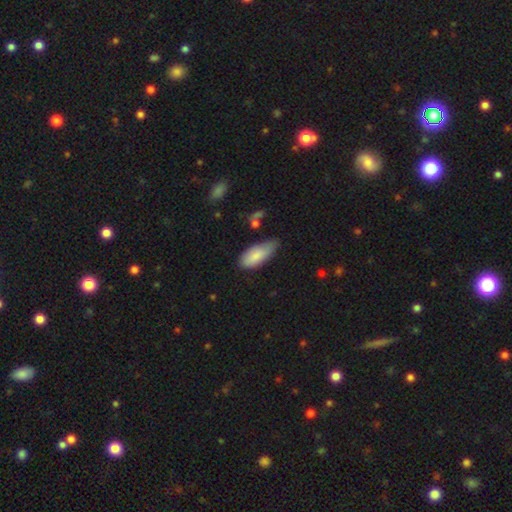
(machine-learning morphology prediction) This appears to be a smooth galaxy with no disk features (83%) that is in between round and cigar-shaped (86%). Merging: none (48%).